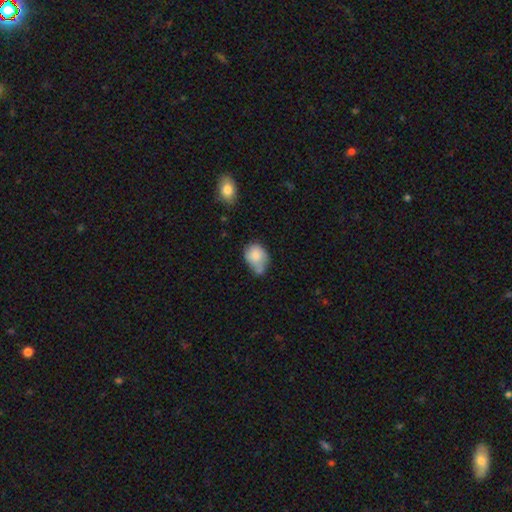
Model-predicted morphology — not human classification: smooth-or-featured: smooth: 77% | featured or disk: 16% | star or artifact: 8%
  how-rounded: in between: 60% | round: 39% | cigar-shaped: 1%
  merging: none: 35% | minor disturbance: 34% | merger: 20% | major disturbance: 11%